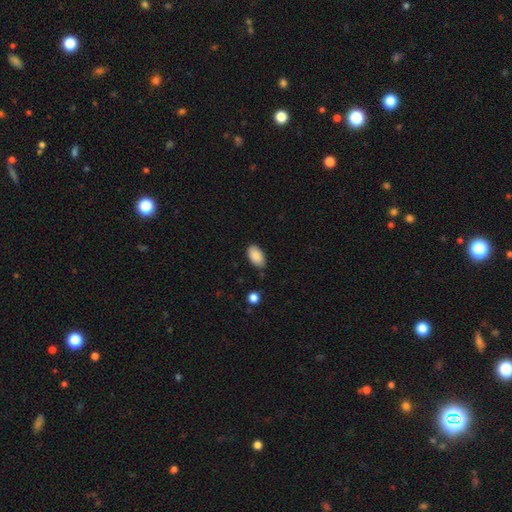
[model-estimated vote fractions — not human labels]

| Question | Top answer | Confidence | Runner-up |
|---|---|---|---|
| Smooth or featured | smooth | 88% | star or artifact (7%) |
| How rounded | in between | 95% | round (3%) |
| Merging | none | 83% | minor disturbance (13%) |